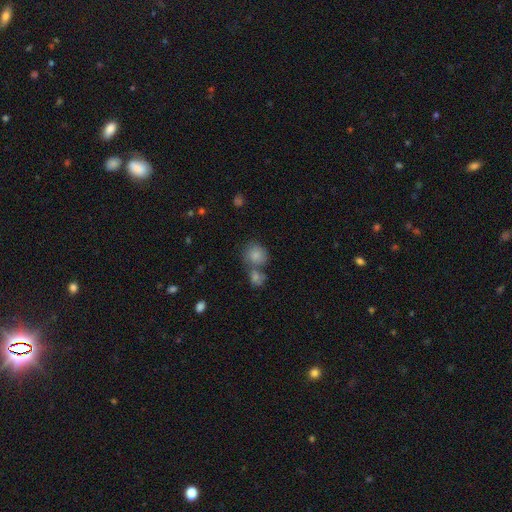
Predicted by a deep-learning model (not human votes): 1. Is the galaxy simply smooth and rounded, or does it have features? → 83% smooth, 9% star or artifact, 8% featured or disk.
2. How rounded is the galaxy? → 77% round, 22% in between, 1% cigar-shaped.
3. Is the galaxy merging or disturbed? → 45% none, 41% merger, 10% minor disturbance, 4% major disturbance.